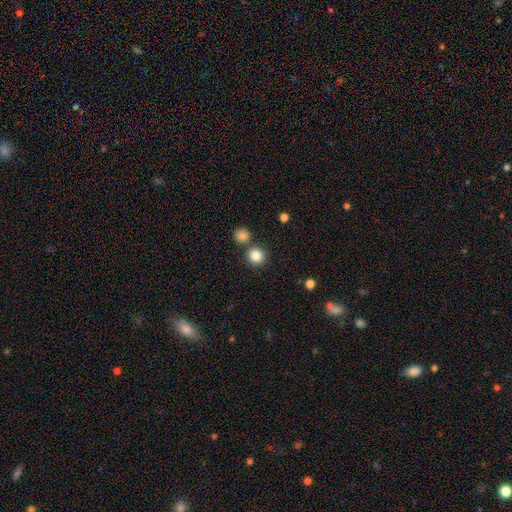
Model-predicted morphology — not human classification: Q: Smooth or featured?
A: smooth (84%); runner-up: star or artifact (11%)
Q: How rounded?
A: round (93%); runner-up: in between (6%)
Q: Merging?
A: none (79%); runner-up: merger (12%)